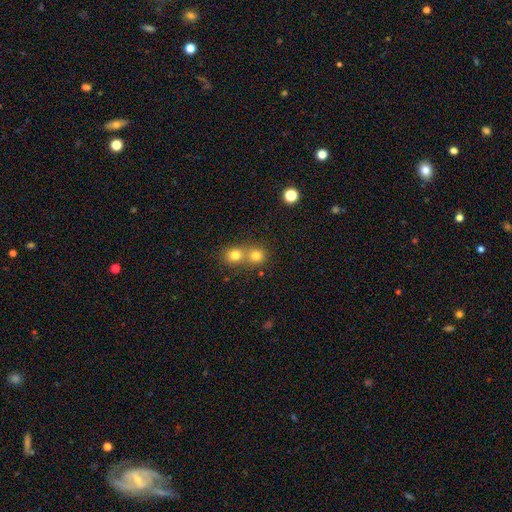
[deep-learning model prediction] Overall: smooth (78%). How rounded: round (86%). Merging: merger (51%; none 42%).